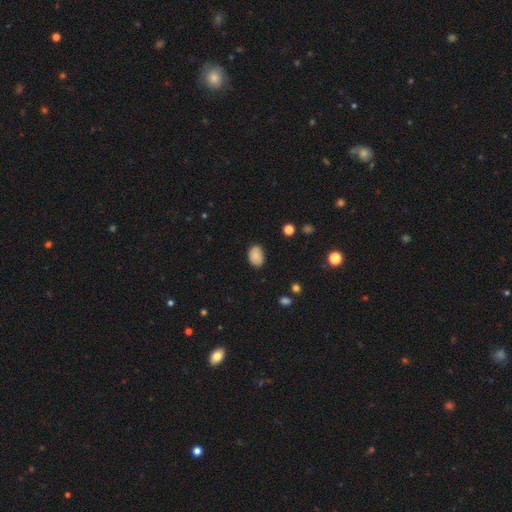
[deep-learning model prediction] Overall: smooth (84%). How rounded: in between (81%). Merging: none (79%).